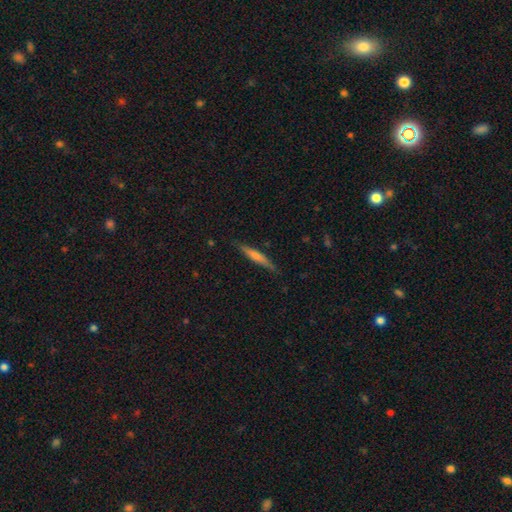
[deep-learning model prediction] Smooth or featured?
  - featured or disk: 55% *
  - smooth: 38%
  - star or artifact: 7%
Edge-on disk?
  - yes: 96% *
  - no: 4%
Edge-on bulge?
  - rounded: 58% *
  - none: 34%
  - boxy: 9%
Merging?
  - none: 86% *
  - minor disturbance: 11%
  - major disturbance: 2%
  - merger: 1%